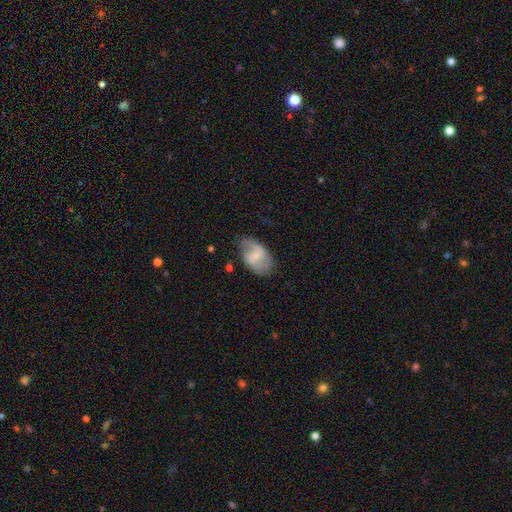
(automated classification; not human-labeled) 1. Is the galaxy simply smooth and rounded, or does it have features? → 65% featured or disk, 28% smooth, 6% star or artifact.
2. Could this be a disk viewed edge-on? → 96% no, 4% yes.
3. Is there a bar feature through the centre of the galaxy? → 53% weak, 25% strong, 22% no.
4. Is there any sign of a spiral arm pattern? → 84% yes, 16% no.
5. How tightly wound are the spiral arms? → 46% loose, 41% medium, 14% tight.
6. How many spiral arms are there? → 83% 2, 10% can't tell, 4% 1, 1% 3, 1% 4, 1% more than 4.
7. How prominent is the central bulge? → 57% small, 25% moderate, 15% none, 2% large, 1% dominant.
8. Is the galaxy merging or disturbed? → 68% none, 22% minor disturbance, 8% major disturbance, 2% merger.